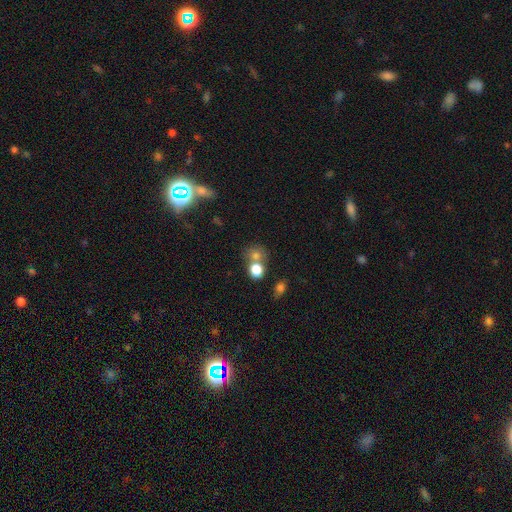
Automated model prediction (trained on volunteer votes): This is likely a smooth galaxy (75%). How rounded: likely round (75%). Merging: possibly none (48%).